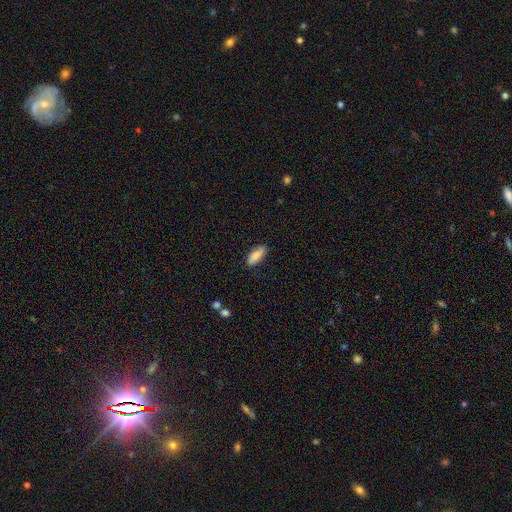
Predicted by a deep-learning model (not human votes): smooth_or_featured: smooth (p=0.87) [alt: star or artifact p=0.06]
how_rounded: in between (p=0.76) [alt: cigar-shaped p=0.22]
merging: none (p=0.86) [alt: minor disturbance p=0.11]